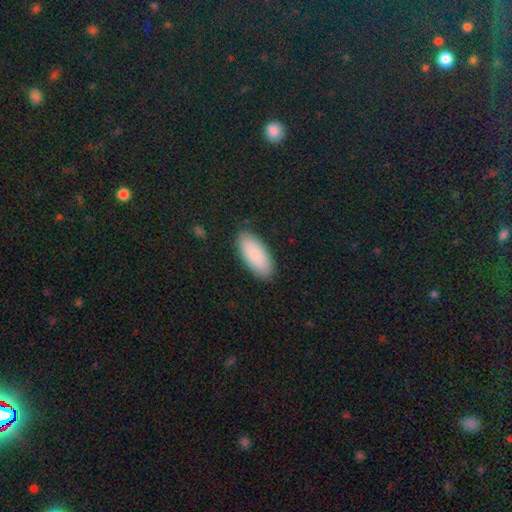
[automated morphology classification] This appears to be a smooth galaxy with no disk features (88%) that is in between round and cigar-shaped (88%). Merging: none (86%).